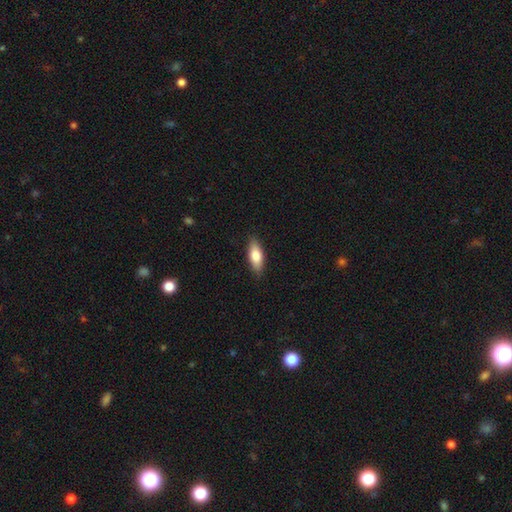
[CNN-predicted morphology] Smooth or featured? Predicted: smooth (p=0.77). How rounded? Predicted: in between (p=0.75). Merging? Predicted: none (p=0.87).